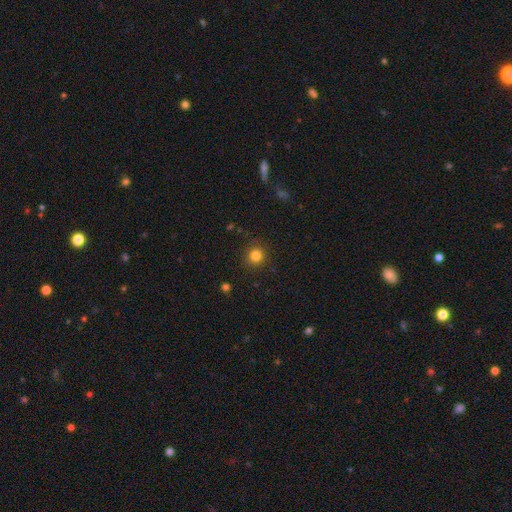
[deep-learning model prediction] This appears to be a smooth galaxy with no disk features (82%) that is round (92%). Merging: none (89%).